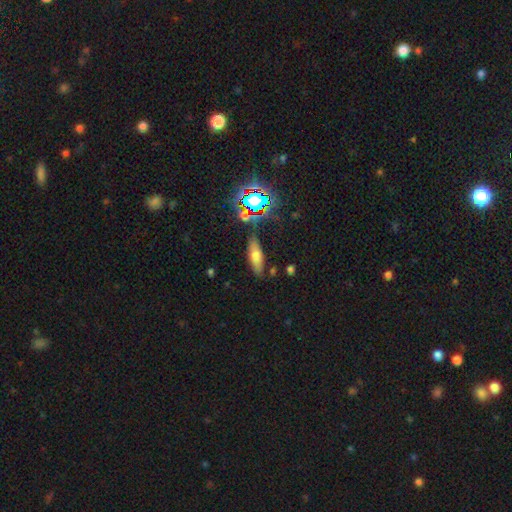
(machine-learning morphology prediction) The model was most divided on "how rounded": in between: 61%, cigar-shaped: 34%, round: 5%. More confident: merging — none (78%); smooth or featured — smooth (60%).